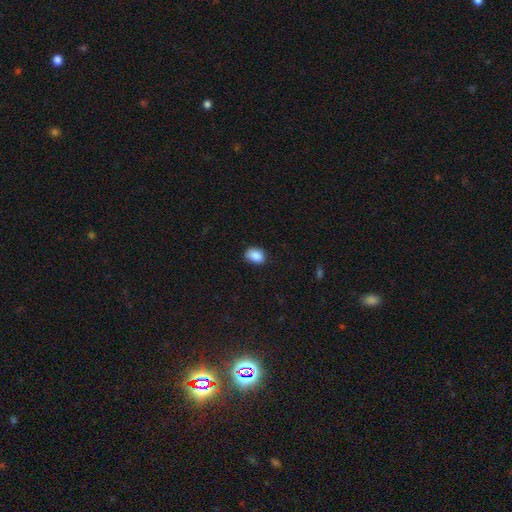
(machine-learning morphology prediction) This appears to be a smooth galaxy with no disk features (87%) that is in between round and cigar-shaped (71%). Merging: none (75%).